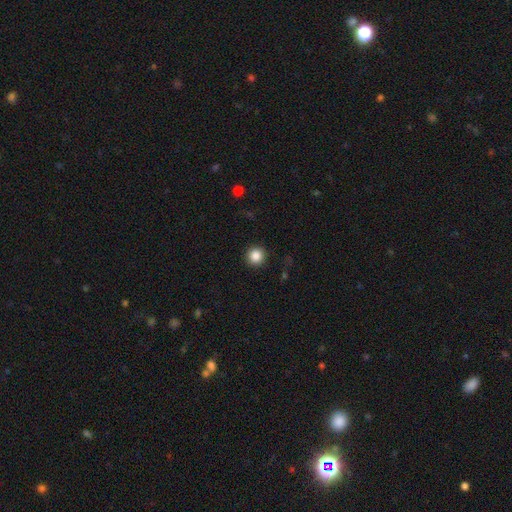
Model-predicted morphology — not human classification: A smooth galaxy with no disk features (87%) that is round (95%). Merging: none (92%).